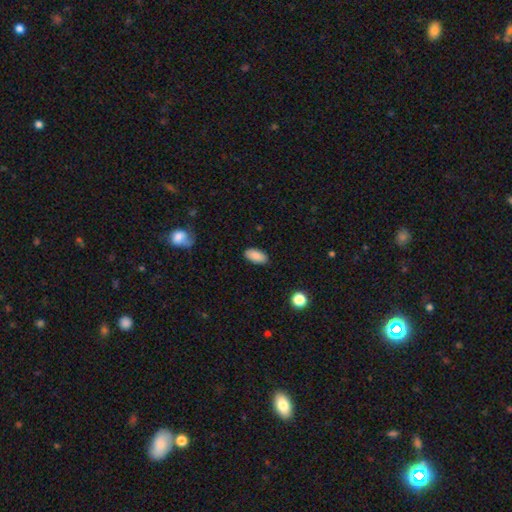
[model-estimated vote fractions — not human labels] Smooth or featured?
  - smooth: 88% *
  - star or artifact: 8%
  - featured or disk: 4%
How rounded?
  - in between: 93% *
  - cigar-shaped: 4%
  - round: 3%
Merging?
  - none: 88% *
  - minor disturbance: 9%
  - major disturbance: 2%
  - merger: 1%